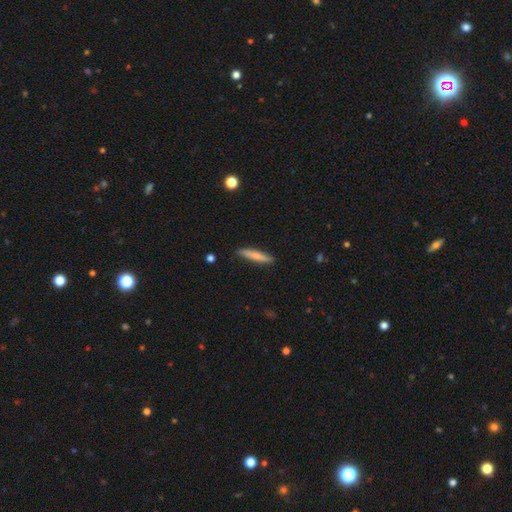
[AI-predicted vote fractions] Overall: smooth (77%). How rounded: cigar-shaped (90%). Merging: none (88%).